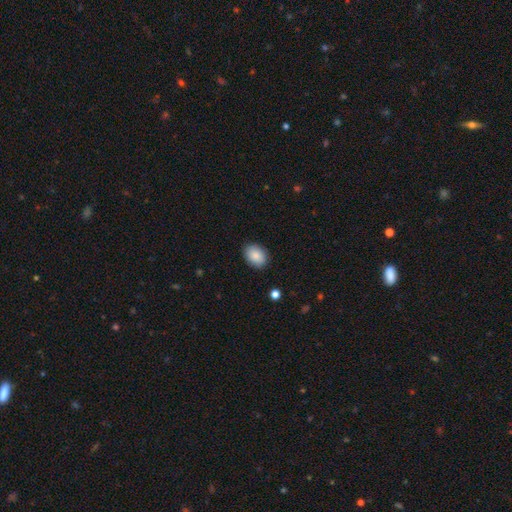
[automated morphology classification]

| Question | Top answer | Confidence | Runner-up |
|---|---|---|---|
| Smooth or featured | smooth | 88% | star or artifact (7%) |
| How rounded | in between | 74% | round (25%) |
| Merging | none | 87% | minor disturbance (10%) |